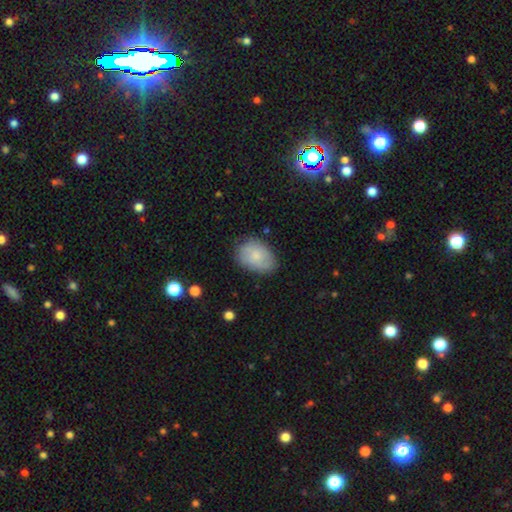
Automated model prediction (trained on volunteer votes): A smooth galaxy with no disk features (70%) that is in between round and cigar-shaped (82%). Merging: none (74%).